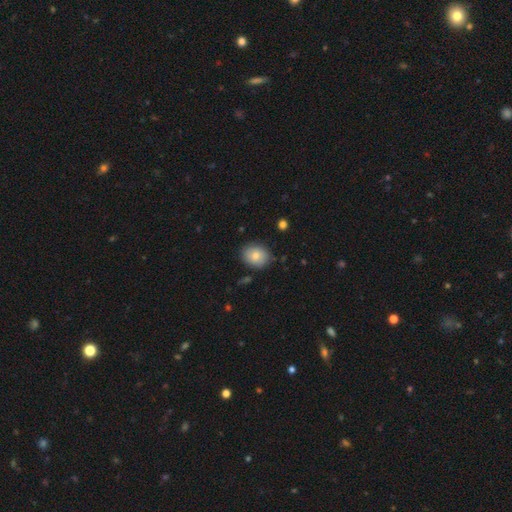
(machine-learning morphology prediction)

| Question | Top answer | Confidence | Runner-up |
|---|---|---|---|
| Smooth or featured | smooth | 79% | featured or disk (12%) |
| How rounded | round | 55% | in between (44%) |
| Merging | none | 85% | minor disturbance (11%) |